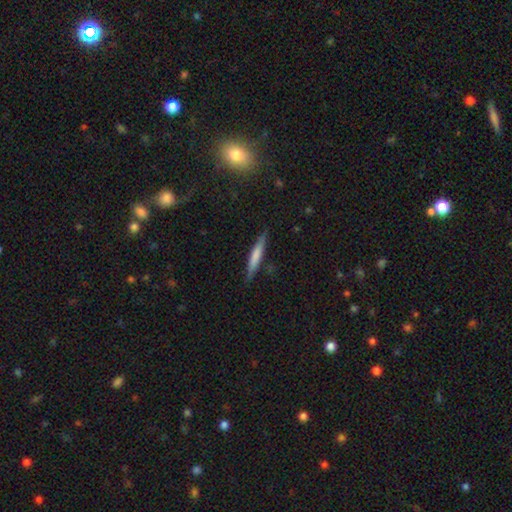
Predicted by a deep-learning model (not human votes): This is likely a smooth galaxy (64%). How rounded: clearly cigar-shaped (93%). Merging: clearly none (84%).